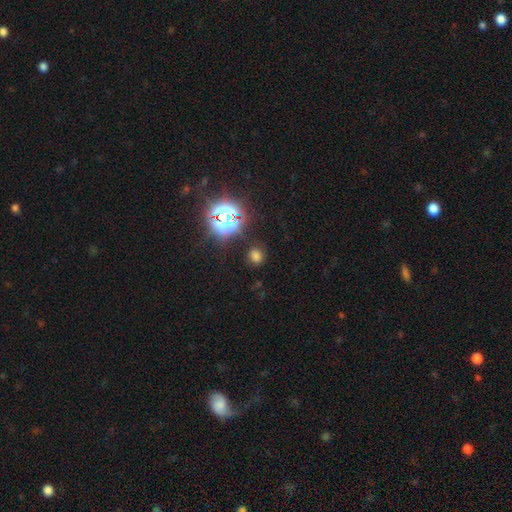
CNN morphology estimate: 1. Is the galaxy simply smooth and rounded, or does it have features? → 63% smooth, 30% star or artifact, 6% featured or disk.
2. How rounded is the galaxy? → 71% round, 28% in between, 1% cigar-shaped.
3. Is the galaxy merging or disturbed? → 80% none, 12% minor disturbance, 4% major disturbance, 3% merger.